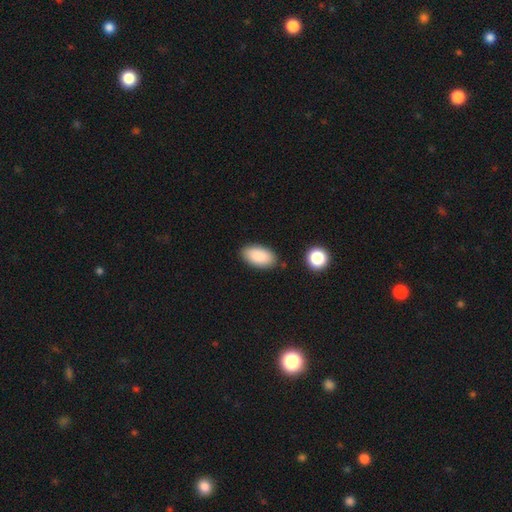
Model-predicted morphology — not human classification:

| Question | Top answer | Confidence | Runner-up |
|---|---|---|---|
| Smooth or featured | smooth | 89% | star or artifact (7%) |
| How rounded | in between | 95% | round (3%) |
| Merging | none | 84% | minor disturbance (10%) |